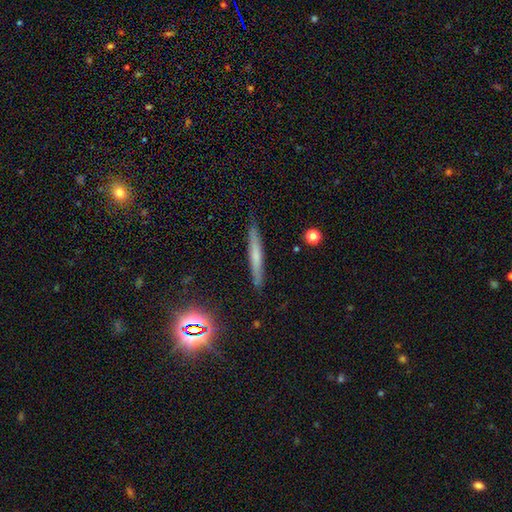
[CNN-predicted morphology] type=smooth (49%); merging=none (88%).